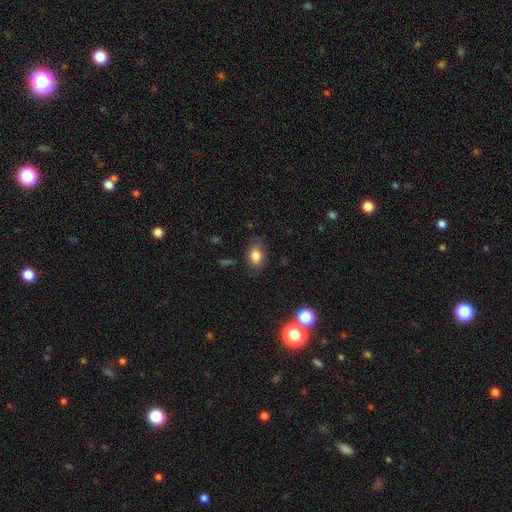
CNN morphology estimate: smooth-or-featured: smooth: 81% | star or artifact: 10% | featured or disk: 9%
  how-rounded: in between: 79% | round: 19% | cigar-shaped: 1%
  merging: none: 78% | minor disturbance: 16% | major disturbance: 4% | merger: 2%